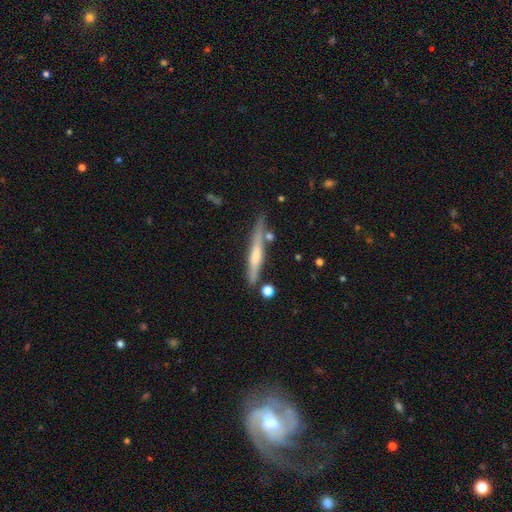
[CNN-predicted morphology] smooth_or_featured: featured or disk (p=0.55) [alt: smooth p=0.38]
disk_edge_on: yes (p=0.95) [alt: no p=0.05]
edge_on_bulge: rounded (p=0.54) [alt: none p=0.33]
merging: none (p=0.77) [alt: minor disturbance p=0.14]